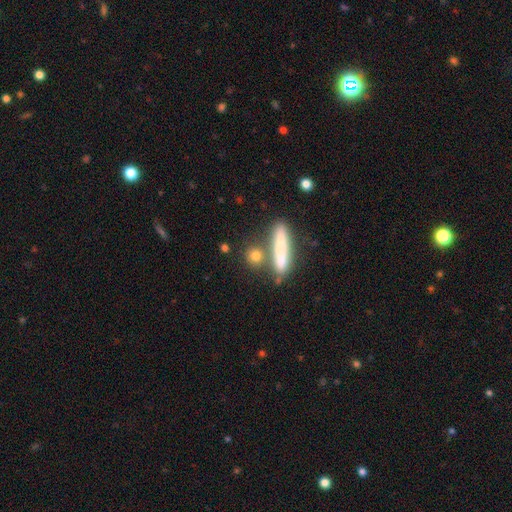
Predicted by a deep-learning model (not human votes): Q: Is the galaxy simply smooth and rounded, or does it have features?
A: smooth — 78%.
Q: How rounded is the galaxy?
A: round — 48%.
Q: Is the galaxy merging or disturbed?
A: none — 69%.